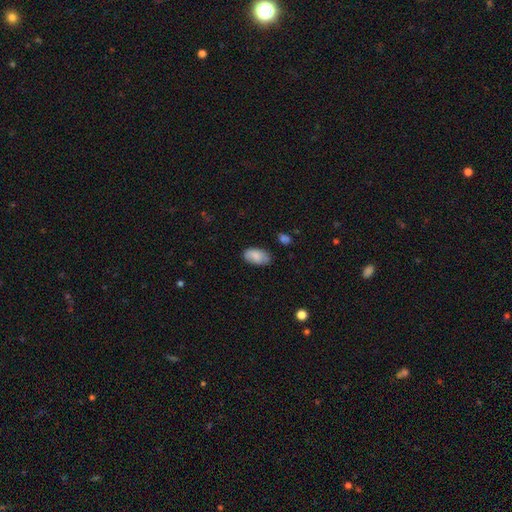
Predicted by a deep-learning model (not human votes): Overall: smooth (85%). How rounded: in between (94%). Merging: none (74%).